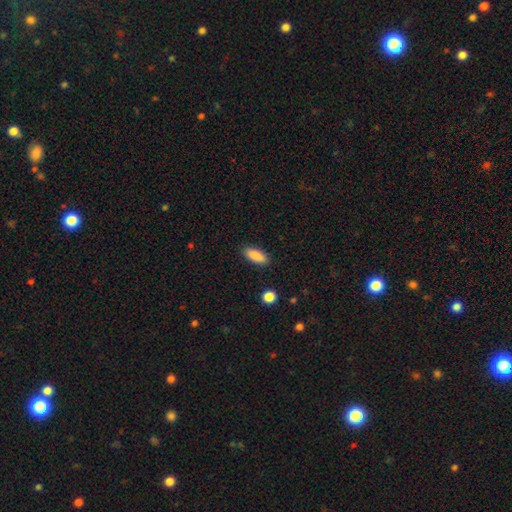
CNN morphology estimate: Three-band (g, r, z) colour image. It shows a smooth galaxy with no disk features (88%) that is in between round and cigar-shaped (73%). Merging: none (88%).